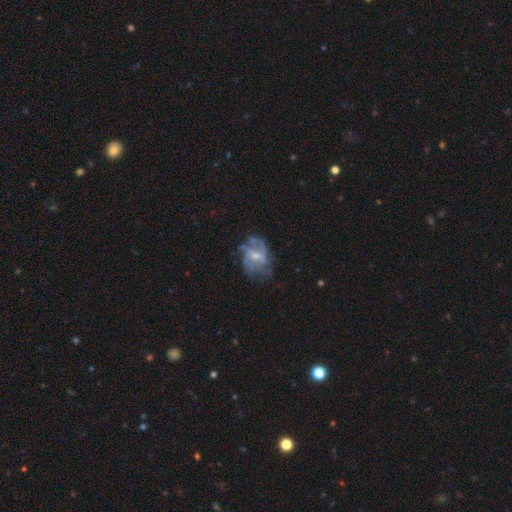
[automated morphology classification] featured or disk 73%, smooth 18%, star or artifact 9%. Down the decision tree: edge-on disk — no (97%); bar — weak (49%); spiral arms — yes (70%); bulge size — moderate (43%); merging — none (51%).